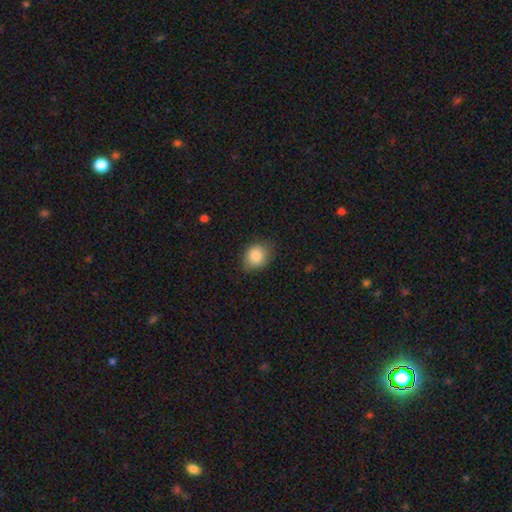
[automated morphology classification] smooth-or-featured: smooth: 84% | star or artifact: 9% | featured or disk: 7%
  how-rounded: round: 61% | in between: 38% | cigar-shaped: 1%
  merging: none: 74% | minor disturbance: 20% | major disturbance: 4% | merger: 1%